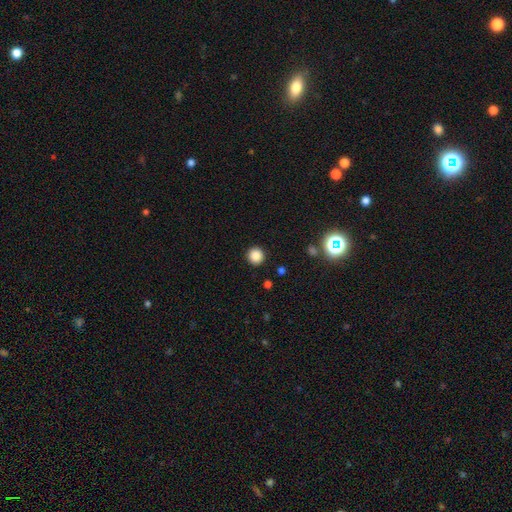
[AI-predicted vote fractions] Overall: smooth (85%). How rounded: round (95%). Merging: none (92%).